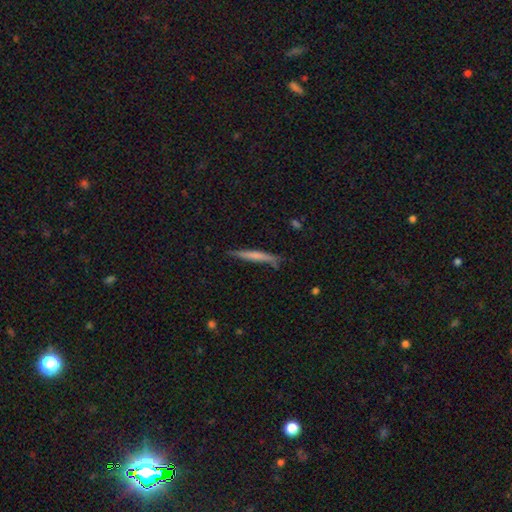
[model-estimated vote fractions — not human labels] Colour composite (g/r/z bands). It shows a smooth galaxy with no disk features (59%) that is cigar-shaped (95%). Merging: none (77%).